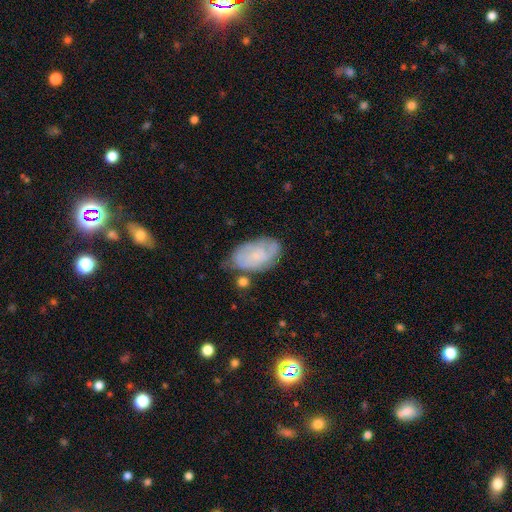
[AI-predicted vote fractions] Smooth or featured? featured or disk (52%)
Edge-on disk? no (95%)
Merging? none (58%)